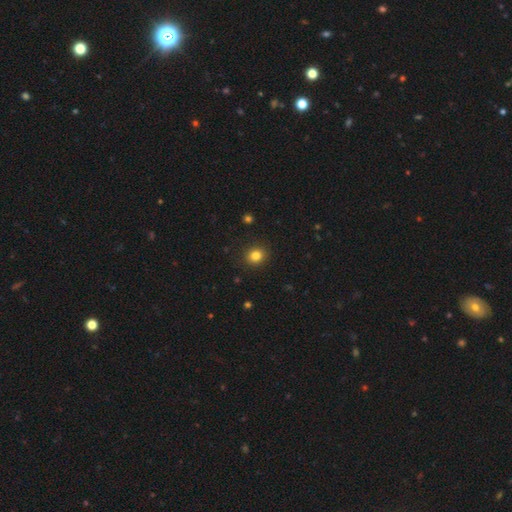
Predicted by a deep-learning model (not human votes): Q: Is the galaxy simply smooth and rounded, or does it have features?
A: smooth — 82%.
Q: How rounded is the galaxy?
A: round — 79%.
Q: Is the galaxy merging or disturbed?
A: none — 91%.